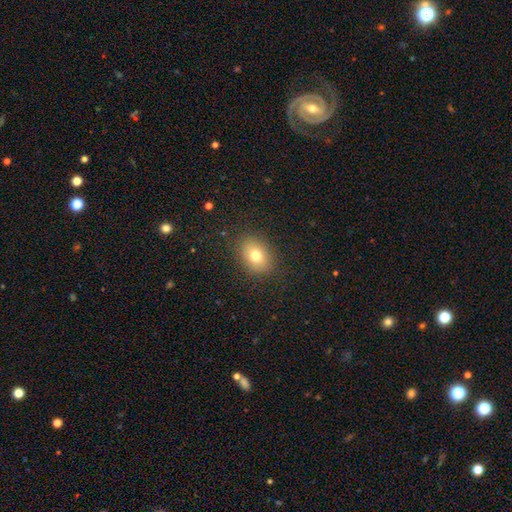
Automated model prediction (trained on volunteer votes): The model was most divided on "how rounded": in between: 61%, round: 38%, cigar-shaped: 1%. More confident: merging — none (86%); smooth or featured — smooth (75%).